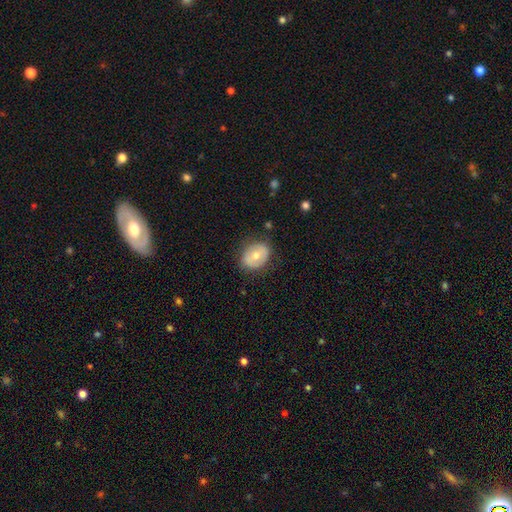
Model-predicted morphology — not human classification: smooth 57%, featured or disk 35%, star or artifact 7%. Down the decision tree: how rounded — in between (51%); merging — none (78%).